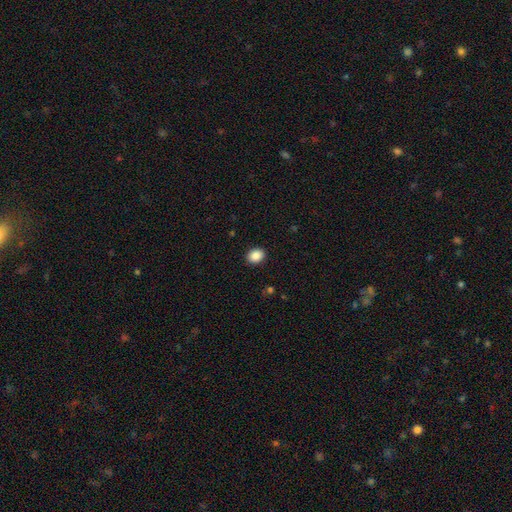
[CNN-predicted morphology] smooth-or-featured: smooth: 88% | star or artifact: 9% | featured or disk: 3%
  how-rounded: in between: 50% | round: 49% | cigar-shaped: 1%
  merging: none: 91% | minor disturbance: 6% | major disturbance: 2% | merger: 1%